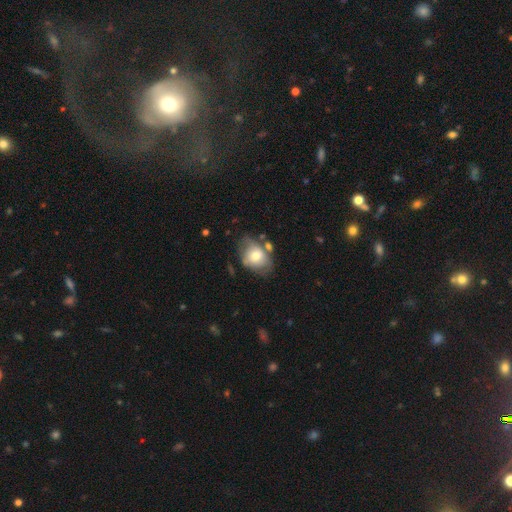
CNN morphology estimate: smooth_or_featured: smooth (p=0.66) [alt: featured or disk p=0.26]
how_rounded: in between (p=0.66) [alt: round p=0.33]
merging: none (p=0.48) [alt: minor disturbance p=0.28]